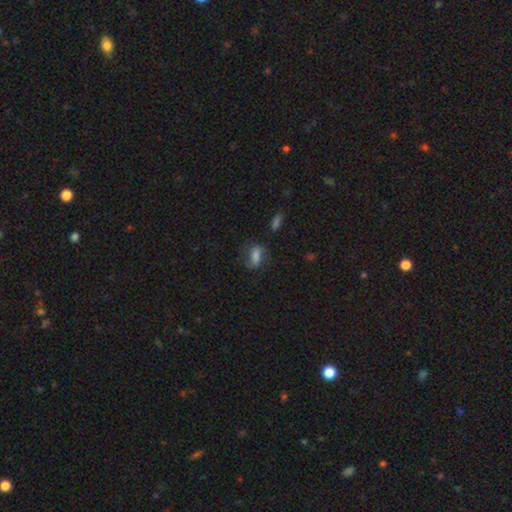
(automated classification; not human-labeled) A smooth galaxy with no disk features (73%) that is in between round and cigar-shaped (76%).

Vote fractions:
- Smooth or featured? smooth: 73% / featured or disk: 16% / star or artifact: 11%
- How rounded? in between: 76% / cigar-shaped: 15% / round: 9%
- Merging? none: 60% / minor disturbance: 24% / major disturbance: 13% / merger: 3%